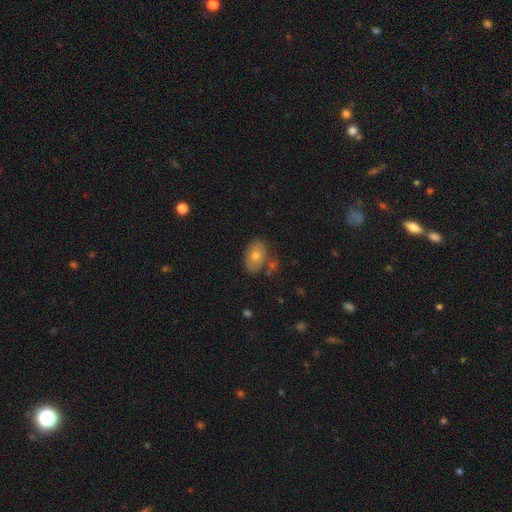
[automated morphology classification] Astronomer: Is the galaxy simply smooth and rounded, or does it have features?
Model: smooth — 65%.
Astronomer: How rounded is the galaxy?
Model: in between — 82%.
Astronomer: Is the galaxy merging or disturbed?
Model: none — 72%.